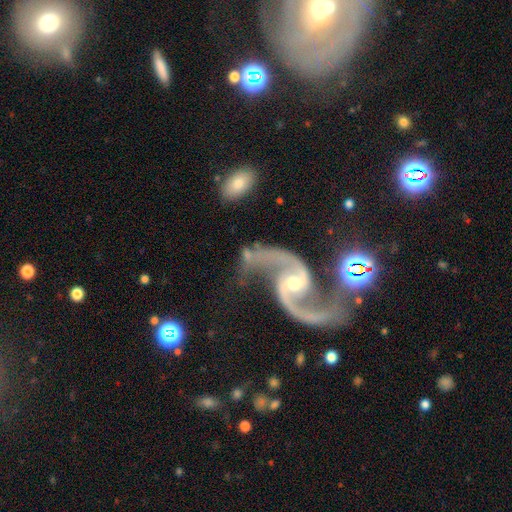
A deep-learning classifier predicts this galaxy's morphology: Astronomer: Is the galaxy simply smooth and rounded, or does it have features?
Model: featured or disk — 90%.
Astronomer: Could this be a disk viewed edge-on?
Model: no — 97%.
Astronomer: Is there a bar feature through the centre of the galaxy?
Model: no — 42% (runner-up: weak, 38%).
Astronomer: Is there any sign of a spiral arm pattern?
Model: yes — 97%.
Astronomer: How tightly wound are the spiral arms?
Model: loose — 70%.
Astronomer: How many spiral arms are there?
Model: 2 — 94%.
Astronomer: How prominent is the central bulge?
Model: moderate — 53% (runner-up: small, 41%).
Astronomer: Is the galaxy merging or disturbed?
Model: none — 56%.